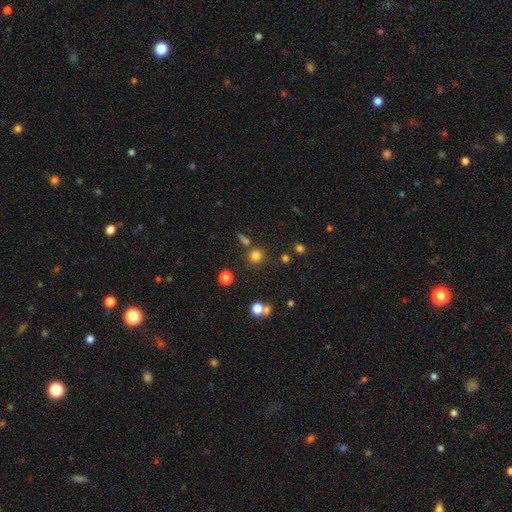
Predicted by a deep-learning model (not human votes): A smooth galaxy with no disk features (76%) that is round (88%).

Vote fractions:
- Smooth or featured? smooth: 76% / star or artifact: 17% / featured or disk: 7%
- How rounded? round: 88% / in between: 11% / cigar-shaped: 1%
- Merging? none: 76% / merger: 11% / minor disturbance: 10% / major disturbance: 4%